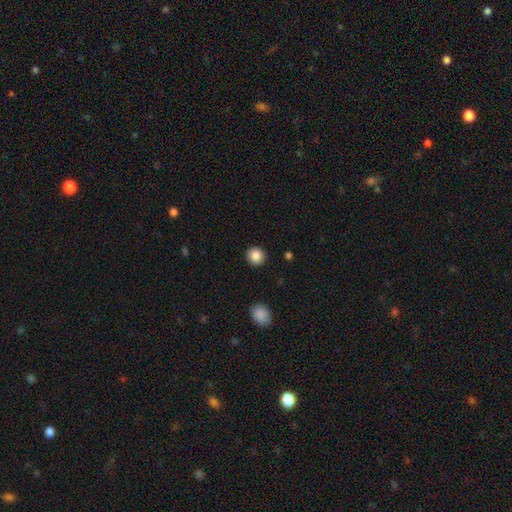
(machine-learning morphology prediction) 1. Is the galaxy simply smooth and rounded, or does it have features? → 87% smooth, 9% star or artifact, 4% featured or disk.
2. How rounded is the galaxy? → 90% round, 9% in between, 1% cigar-shaped.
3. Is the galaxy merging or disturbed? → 92% none, 5% minor disturbance, 2% major disturbance, 1% merger.